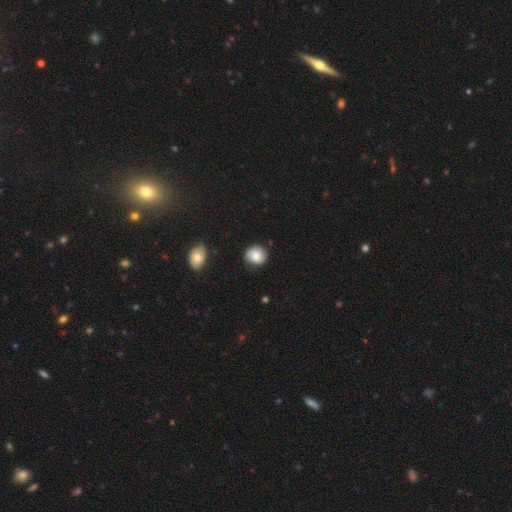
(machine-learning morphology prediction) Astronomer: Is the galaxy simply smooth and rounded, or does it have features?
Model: smooth — 80%.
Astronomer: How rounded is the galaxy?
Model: round — 80%.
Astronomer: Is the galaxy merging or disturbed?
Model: none — 79%.